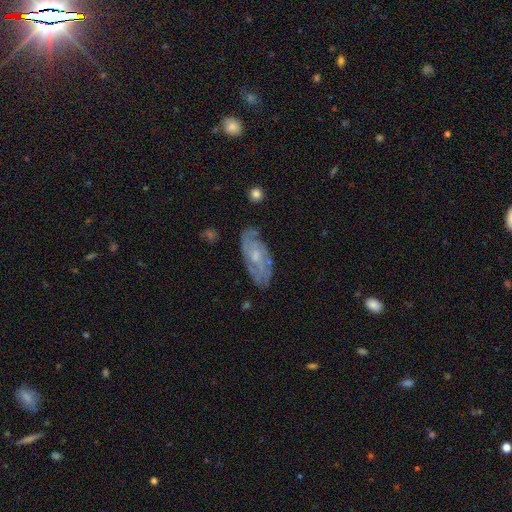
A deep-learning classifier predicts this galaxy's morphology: Smooth or featured?
  - featured or disk: 74% *
  - smooth: 19%
  - star or artifact: 7%
Edge-on disk?
  - no: 90% *
  - yes: 10%
Bar?
  - no: 65% *
  - weak: 30%
  - strong: 5%
Spiral arms?
  - yes: 86% *
  - no: 14%
Spiral winding?
  - tight: 54% *
  - medium: 35%
  - loose: 11%
Spiral arm count?
  - can't tell: 43% *
  - 2: 27%
  - 3: 14%
  - 4: 8%
  - 1: 4%
  - more than 4: 4%
Bulge size?
  - small: 48% *
  - moderate: 42%
  - none: 7%
  - large: 2%
  - dominant: 1%
Merging?
  - none: 75% *
  - minor disturbance: 18%
  - major disturbance: 5%
  - merger: 2%